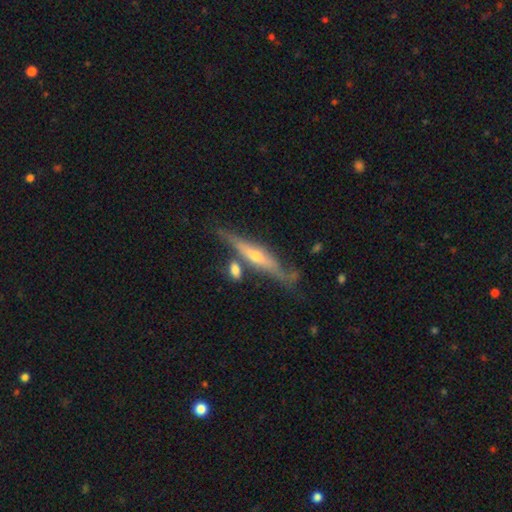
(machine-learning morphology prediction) type=featured or disk (70%); edge-on=yes (91%); edge-on bulge=rounded (80%); merging=none (68%).